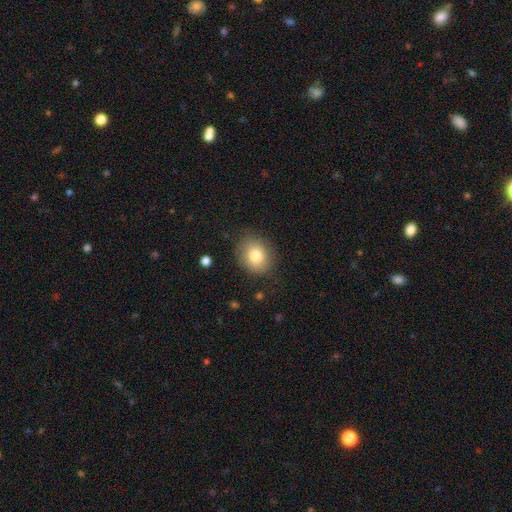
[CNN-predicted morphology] This is likely a smooth galaxy (80%). How rounded: likely round (60%). Merging: clearly none (80%).